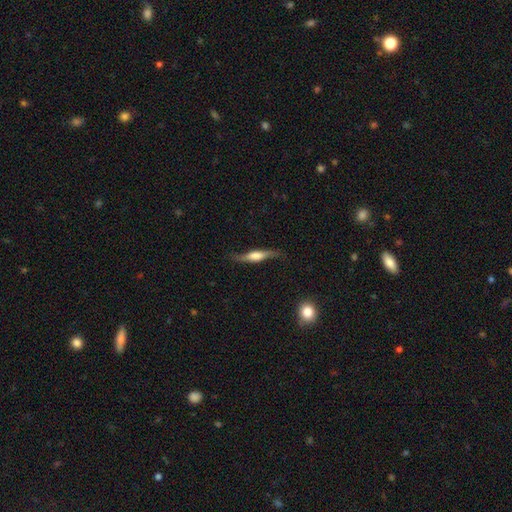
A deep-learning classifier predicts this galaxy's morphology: Smooth or featured?
  - featured or disk: 64% *
  - smooth: 30%
  - star or artifact: 6%
Edge-on disk?
  - yes: 77% *
  - no: 23%
Merging?
  - none: 71% *
  - minor disturbance: 20%
  - major disturbance: 7%
  - merger: 2%